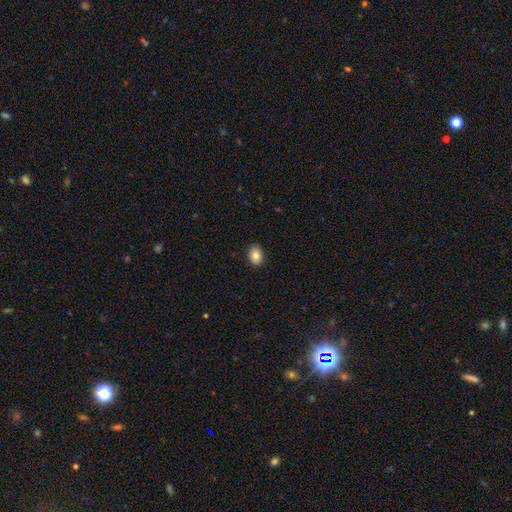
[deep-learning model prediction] Q: Smooth or featured?
A: smooth (82%); runner-up: featured or disk (9%)
Q: How rounded?
A: in between (67%); runner-up: round (32%)
Q: Merging?
A: none (88%); runner-up: minor disturbance (9%)